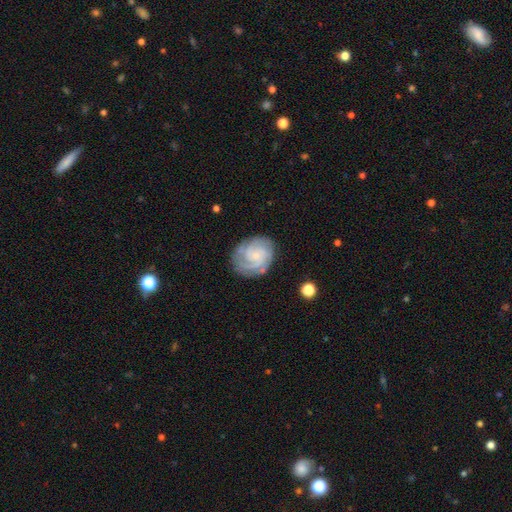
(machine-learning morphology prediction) type=featured or disk (82%); edge-on=no (98%); bar=no (66%); spiral arms=yes (97%); winding=tight (67%); arm count=3 (35%); bulge=small (65%); merging=none (77%).